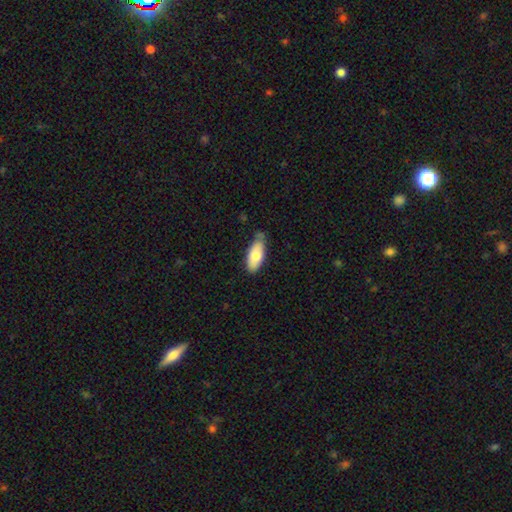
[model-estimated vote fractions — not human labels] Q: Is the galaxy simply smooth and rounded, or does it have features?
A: smooth — 76%.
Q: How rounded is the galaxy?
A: in between — 86%.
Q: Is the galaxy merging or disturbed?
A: none — 64%.